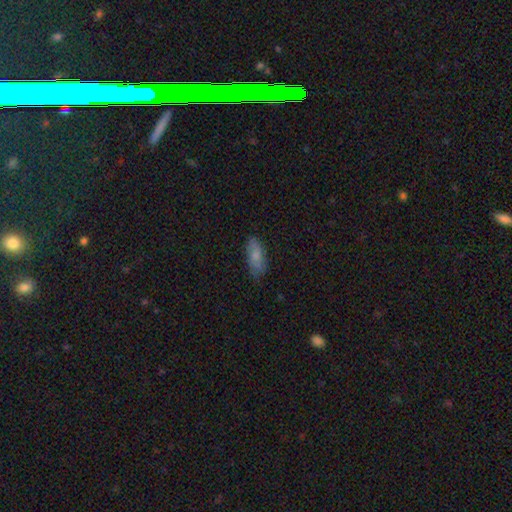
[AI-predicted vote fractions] Q: Smooth or featured?
A: smooth (75%); runner-up: featured or disk (18%)
Q: How rounded?
A: in between (80%); runner-up: cigar-shaped (18%)
Q: Merging?
A: none (75%); runner-up: minor disturbance (20%)